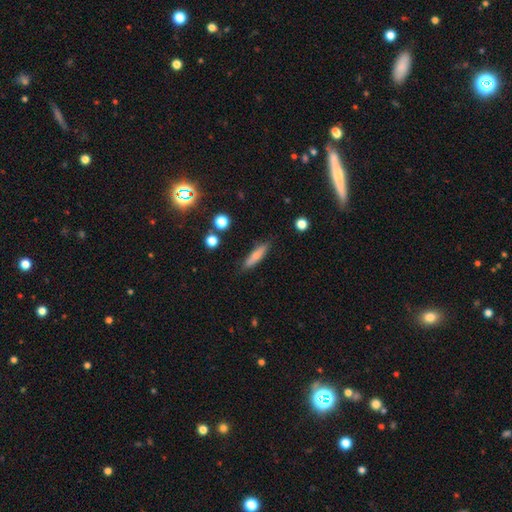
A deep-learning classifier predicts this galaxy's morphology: Smooth or featured: smooth — 73% (featured or disk — 19%)
How rounded: cigar-shaped — 80% (in between — 18%)
Merging: none — 84% (minor disturbance — 12%)